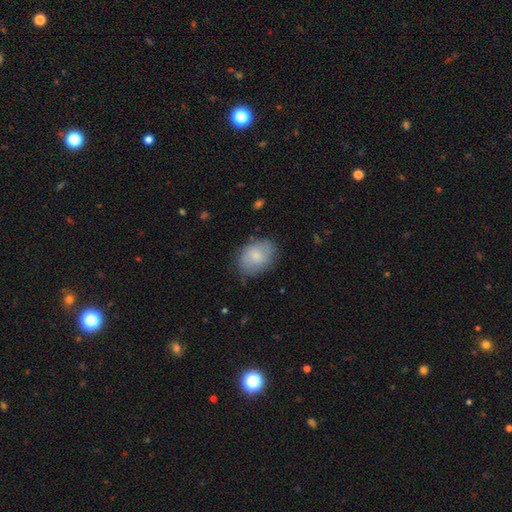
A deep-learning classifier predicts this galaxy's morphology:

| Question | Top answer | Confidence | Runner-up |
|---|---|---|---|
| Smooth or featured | smooth | 78% | featured or disk (16%) |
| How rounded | in between | 74% | round (25%) |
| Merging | none | 76% | minor disturbance (18%) |